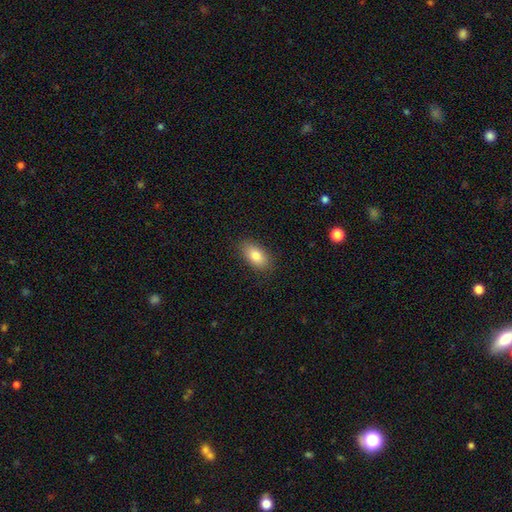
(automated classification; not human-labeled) Q: Smooth or featured?
A: smooth (83%); runner-up: featured or disk (10%)
Q: How rounded?
A: in between (91%); runner-up: round (5%)
Q: Merging?
A: none (85%); runner-up: minor disturbance (11%)